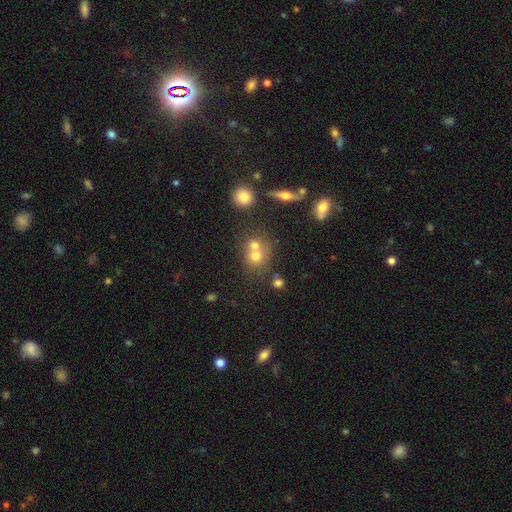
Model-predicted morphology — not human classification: A smooth galaxy with no disk features (68%) that is round (79%). Merging: merger (52%).